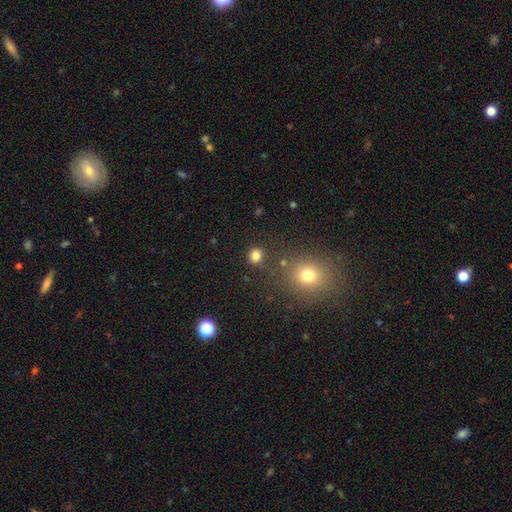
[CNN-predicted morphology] This appears to be a smooth galaxy with no disk features (81%) that is round (82%). Merging: none (83%).